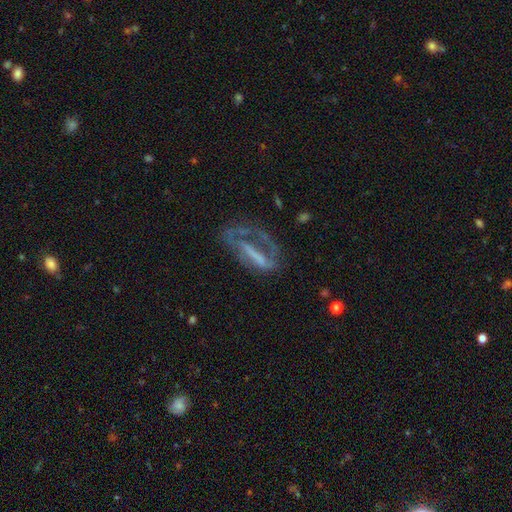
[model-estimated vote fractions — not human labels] This appears to be a featured or disk galaxy (65%) with a strong bar (48%), spiral arms (54%) and no central bulge (58%). Merging: major disturbance (43%).